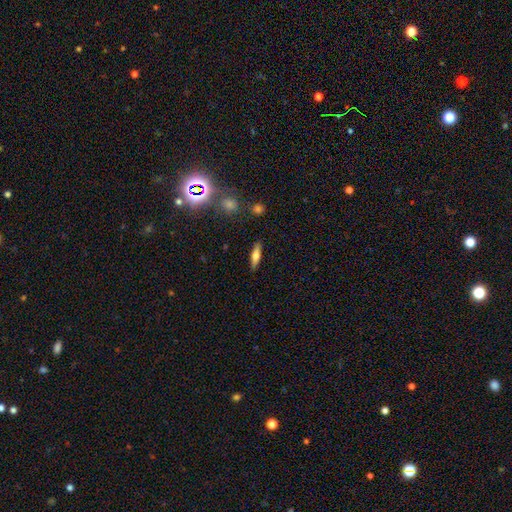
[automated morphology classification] A smooth galaxy with no disk features (56%) that is cigar-shaped (66%). Merging: none (87%).